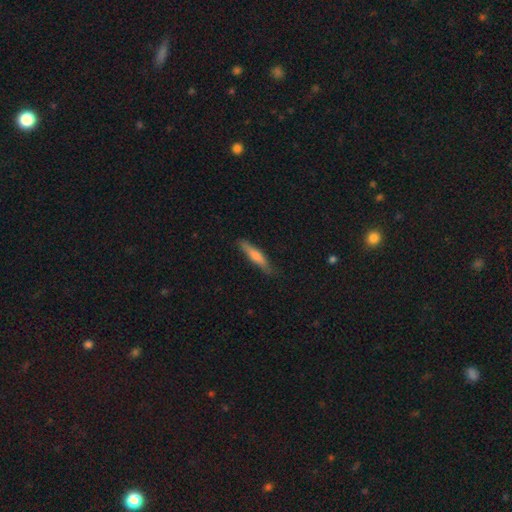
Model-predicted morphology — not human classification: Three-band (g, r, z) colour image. It shows a smooth galaxy with no disk features (49%). Merging: none (85%).